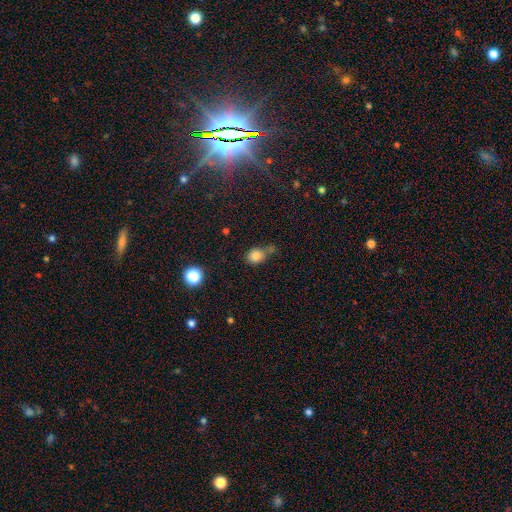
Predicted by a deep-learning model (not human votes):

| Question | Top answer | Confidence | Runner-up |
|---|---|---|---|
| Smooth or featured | smooth | 81% | star or artifact (12%) |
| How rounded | round | 61% | in between (38%) |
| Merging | none | 50% | merger (22%) |